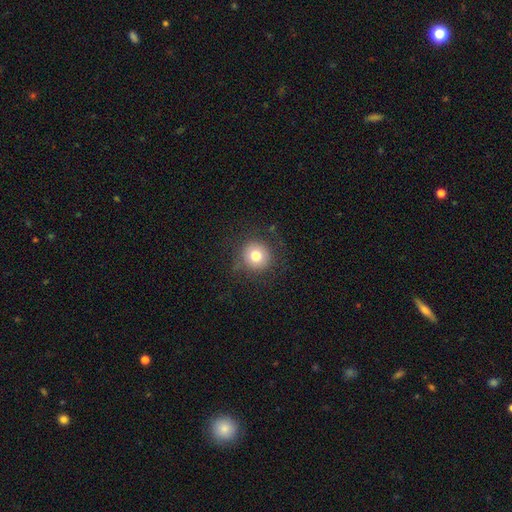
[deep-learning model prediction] Overall: smooth (76%). How rounded: round (94%). Merging: none (82%).